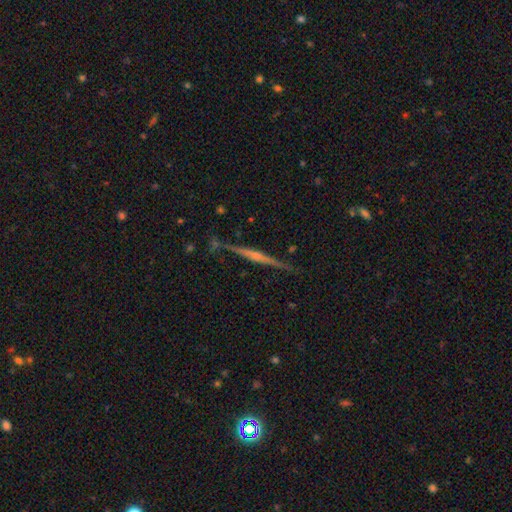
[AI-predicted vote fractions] Smooth or featured: featured or disk — 77% (smooth — 15%)
Edge-on disk: yes — 98% (no — 2%)
Edge-on bulge: rounded — 65% (none — 22%)
Merging: none — 87% (minor disturbance — 9%)